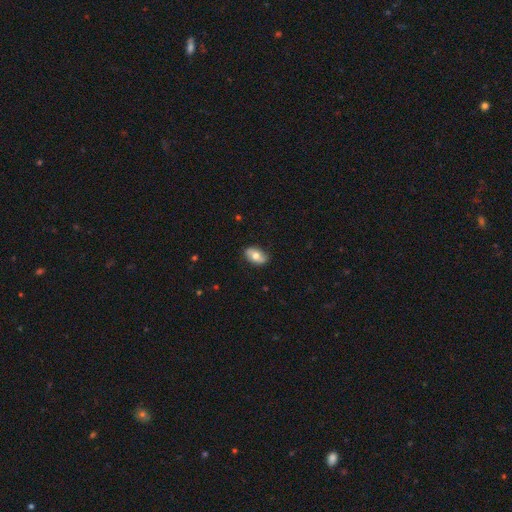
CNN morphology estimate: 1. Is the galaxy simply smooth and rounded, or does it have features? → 69% smooth, 24% featured or disk, 7% star or artifact.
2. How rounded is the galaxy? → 91% in between, 7% round, 2% cigar-shaped.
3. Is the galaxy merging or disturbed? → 84% none, 13% minor disturbance, 2% major disturbance, 1% merger.